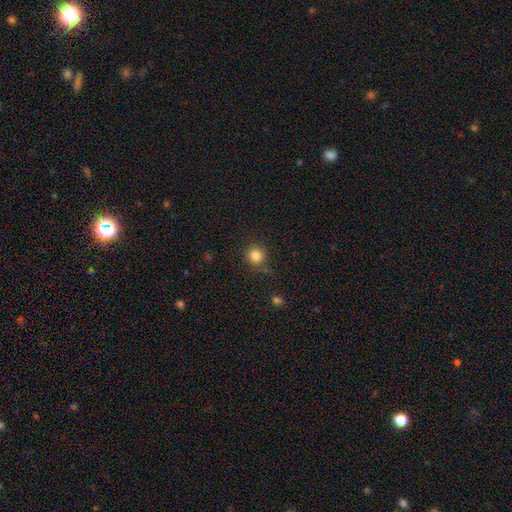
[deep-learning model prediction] Smooth or featured: smooth — 83% (star or artifact — 12%)
How rounded: round — 92% (in between — 7%)
Merging: none — 81% (minor disturbance — 12%)